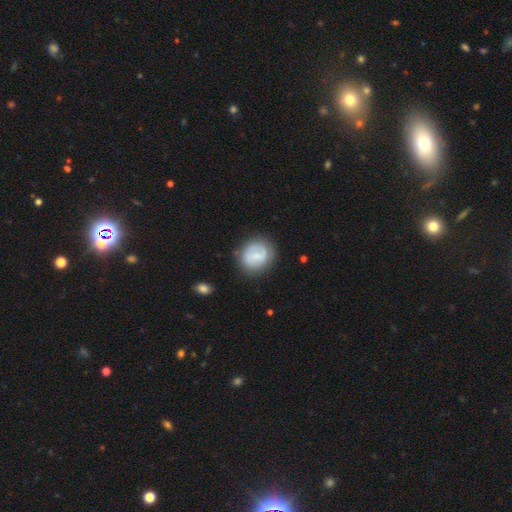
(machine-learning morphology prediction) smooth 56%, featured or disk 37%, star or artifact 7%. Down the decision tree: how rounded — round (76%); merging — none (74%).